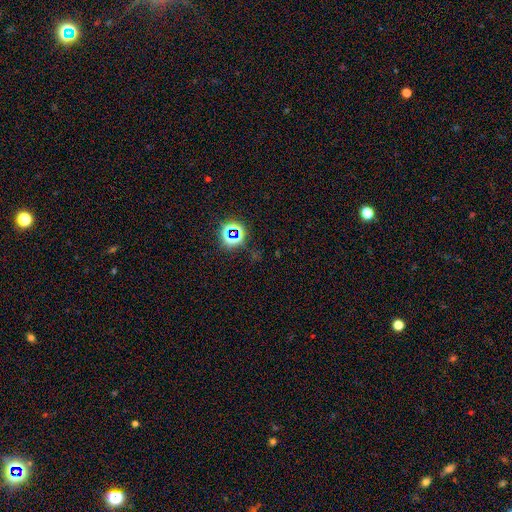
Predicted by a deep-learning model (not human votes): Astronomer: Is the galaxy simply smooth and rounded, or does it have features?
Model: star or artifact — 77%.